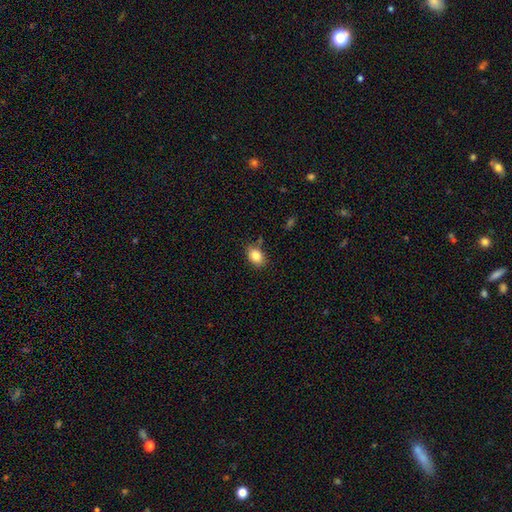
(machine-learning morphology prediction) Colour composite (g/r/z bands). It shows a smooth galaxy with no disk features (85%) that is in between round and cigar-shaped (74%). Merging: none (79%).